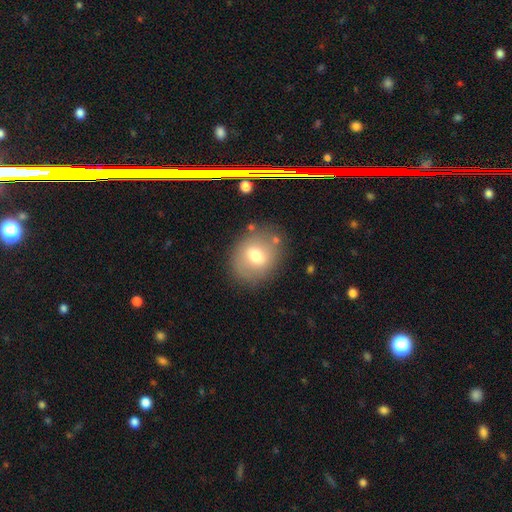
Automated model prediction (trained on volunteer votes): Overall: smooth (67%). How rounded: round (59%; in between 40%). Merging: none (77%).